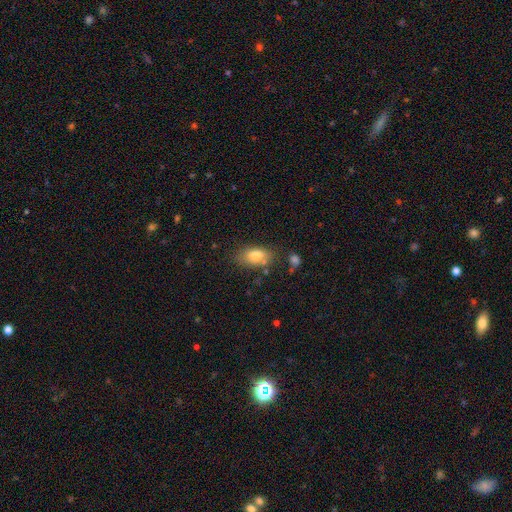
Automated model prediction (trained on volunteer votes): This is likely a smooth galaxy (79%). How rounded: clearly in between (89%). Merging: likely none (70%).